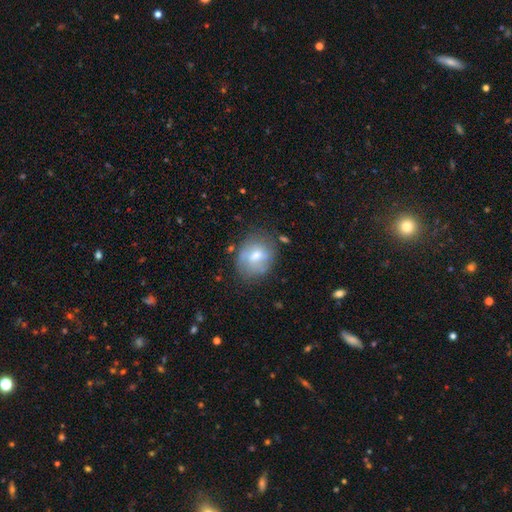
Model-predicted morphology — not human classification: A smooth galaxy with no disk features (58%) that is round (65%). Merging: none (65%).